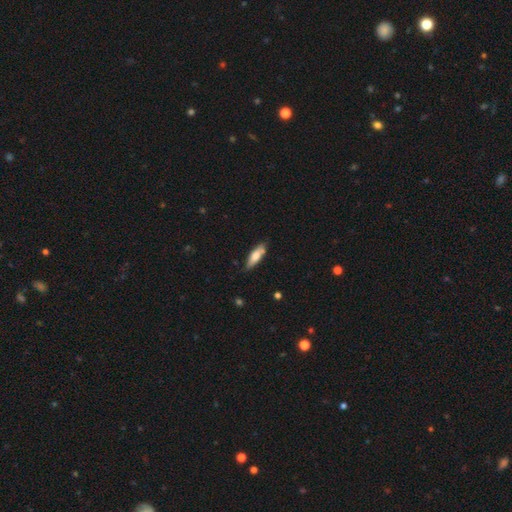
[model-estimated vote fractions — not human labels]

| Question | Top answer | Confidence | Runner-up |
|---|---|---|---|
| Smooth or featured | smooth | 68% | featured or disk (27%) |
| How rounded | cigar-shaped | 50% | in between (48%) |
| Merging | none | 75% | minor disturbance (18%) |